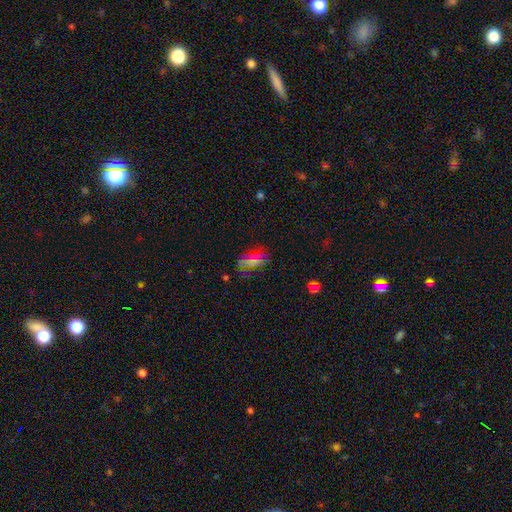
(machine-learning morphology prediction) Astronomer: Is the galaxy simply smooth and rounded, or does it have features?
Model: smooth — 51% (runner-up: star or artifact, 27%).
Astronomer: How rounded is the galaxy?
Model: in between — 77%.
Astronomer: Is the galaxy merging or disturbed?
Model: none — 64%.